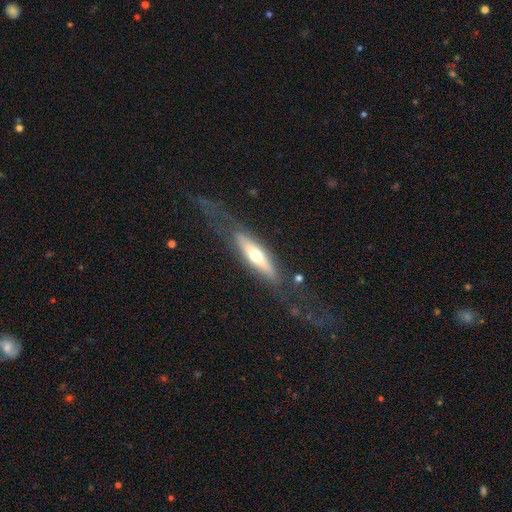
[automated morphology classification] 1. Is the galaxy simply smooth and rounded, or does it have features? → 48% featured or disk, 47% smooth, 6% star or artifact.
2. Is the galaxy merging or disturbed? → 65% none, 19% minor disturbance, 14% major disturbance, 3% merger.